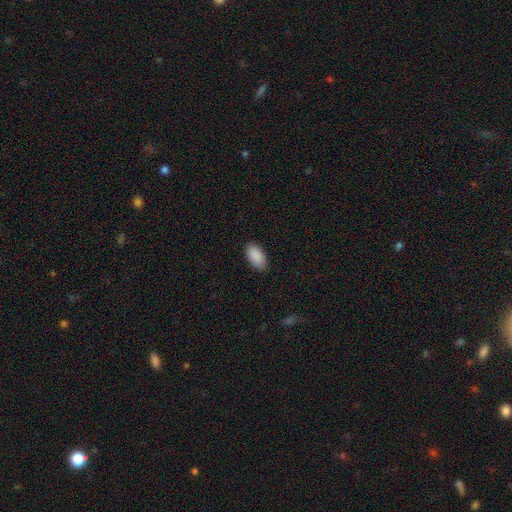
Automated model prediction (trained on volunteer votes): Smooth or featured?
  - smooth: 91% *
  - star or artifact: 6%
  - featured or disk: 3%
How rounded?
  - in between: 95% *
  - round: 3%
  - cigar-shaped: 2%
Merging?
  - none: 87% *
  - minor disturbance: 10%
  - major disturbance: 2%
  - merger: 1%